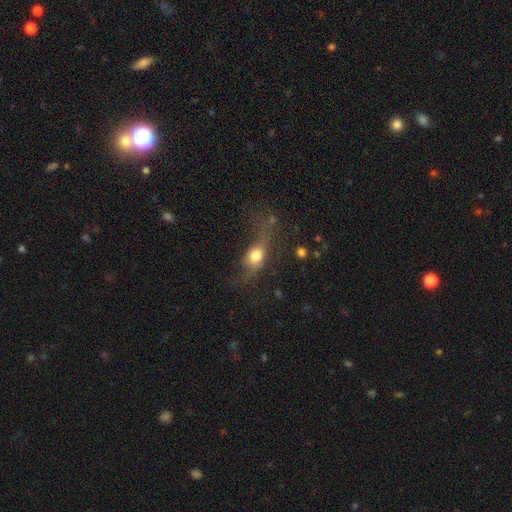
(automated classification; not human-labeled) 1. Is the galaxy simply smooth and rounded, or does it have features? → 68% smooth, 21% featured or disk, 11% star or artifact.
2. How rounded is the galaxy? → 54% in between, 38% round, 8% cigar-shaped.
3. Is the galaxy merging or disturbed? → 38% major disturbance, 34% none, 23% minor disturbance, 5% merger.